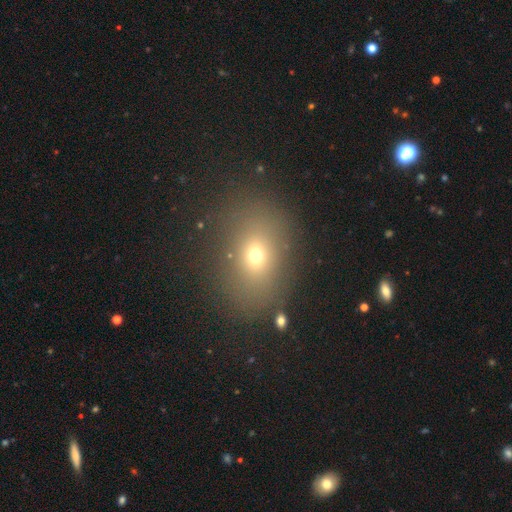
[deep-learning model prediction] smooth_or_featured: smooth (p=0.66) [alt: star or artifact p=0.20]
how_rounded: in between (p=0.60) [alt: round p=0.39]
merging: none (p=0.80) [alt: minor disturbance p=0.11]